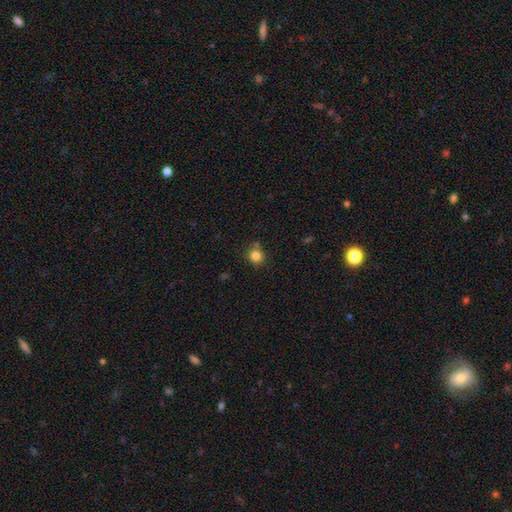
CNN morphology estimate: The model was most divided on "merging": none: 77%, minor disturbance: 11%, merger: 9%, major disturbance: 3%. More confident: how rounded — round (87%); smooth or featured — smooth (83%).